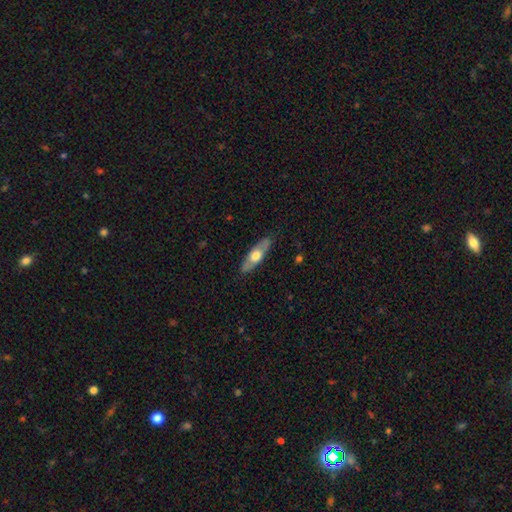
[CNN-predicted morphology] A smooth galaxy with no disk features (51%) that is cigar-shaped (53%). Merging: none (85%).